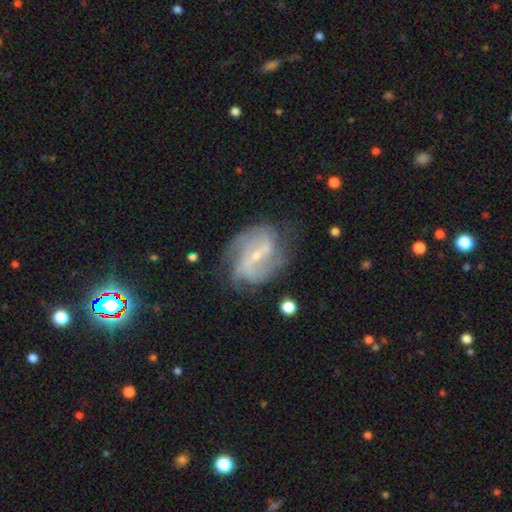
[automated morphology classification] A featured or disk galaxy (86%) with a strong bar (44%), 2 (45%) medium (45%) spiral arms (93%) and a small central bulge (73%).

Vote fractions:
- Smooth or featured? featured or disk: 86% / smooth: 8% / star or artifact: 6%
- Edge-on disk? no: 96% / yes: 4%
- Bar? strong: 44% / weak: 40% / no: 16%
- Spiral arms? yes: 93% / no: 7%
- Spiral winding? medium: 45% / tight: 32% / loose: 23%
- Spiral arm count? 2: 45% / can't tell: 21% / 3: 18% / 4: 7% / 1: 4% / more than 4: 4%
- Bulge size? small: 73% / moderate: 23% / none: 2% / large: 1% / dominant: 1%
- Merging? none: 66% / minor disturbance: 21% / major disturbance: 11% / merger: 2%